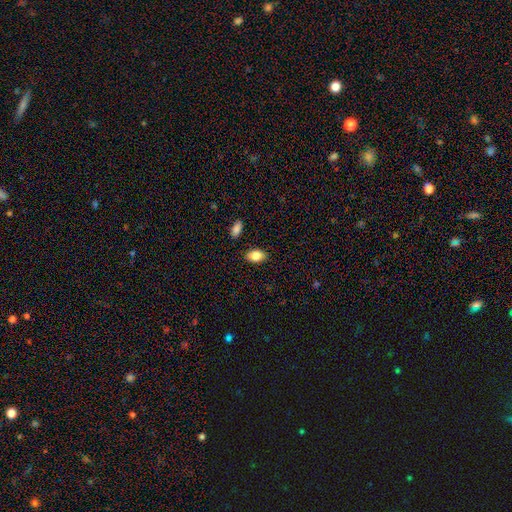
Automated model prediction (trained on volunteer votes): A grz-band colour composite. It shows a smooth galaxy with no disk features (85%) that is in between round and cigar-shaped (89%). Merging: none (87%).